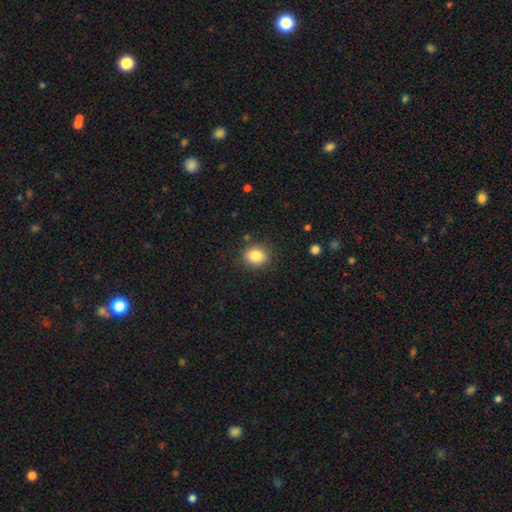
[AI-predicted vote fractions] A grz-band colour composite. It shows a smooth galaxy with no disk features (84%) that is round (74%). Merging: none (87%).